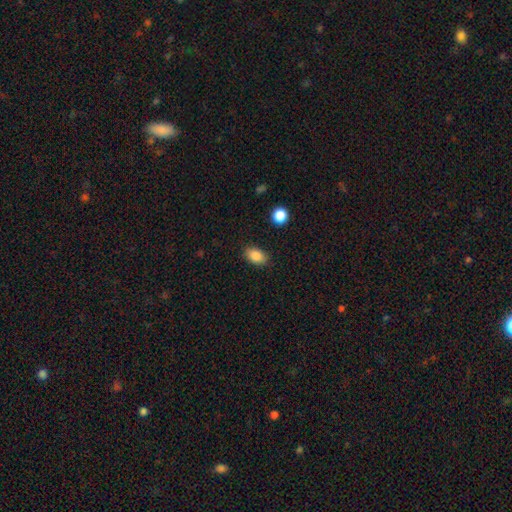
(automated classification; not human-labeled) Smooth or featured: smooth — 86% (star or artifact — 9%)
How rounded: in between — 85% (round — 13%)
Merging: none — 86% (minor disturbance — 10%)